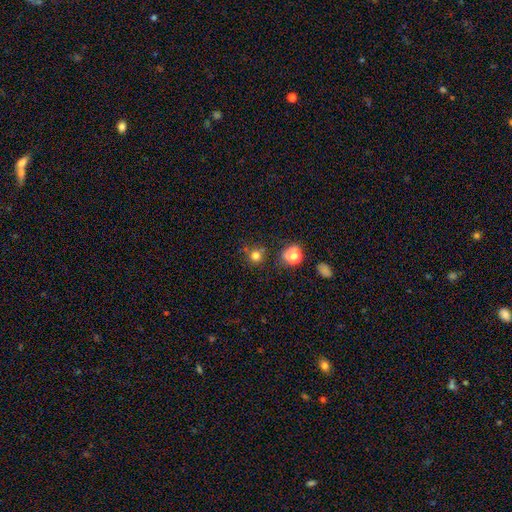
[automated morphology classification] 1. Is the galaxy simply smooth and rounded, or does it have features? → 75% smooth, 19% star or artifact, 6% featured or disk.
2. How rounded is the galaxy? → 92% round, 7% in between, 1% cigar-shaped.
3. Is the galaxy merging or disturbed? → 76% none, 11% merger, 10% minor disturbance, 4% major disturbance.